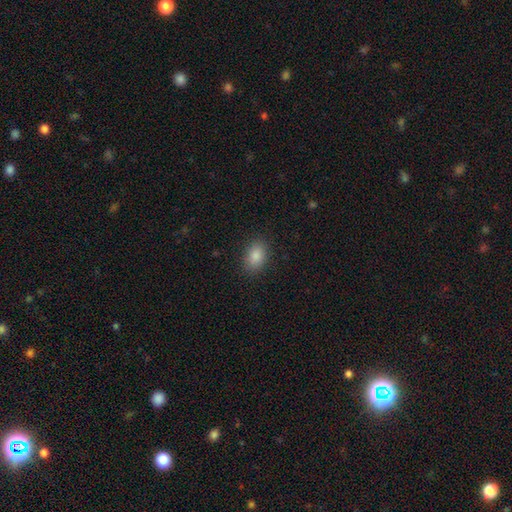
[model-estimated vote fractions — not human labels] Morphology: type=smooth (84%); roundness=in between (81%); merging=none (88%).